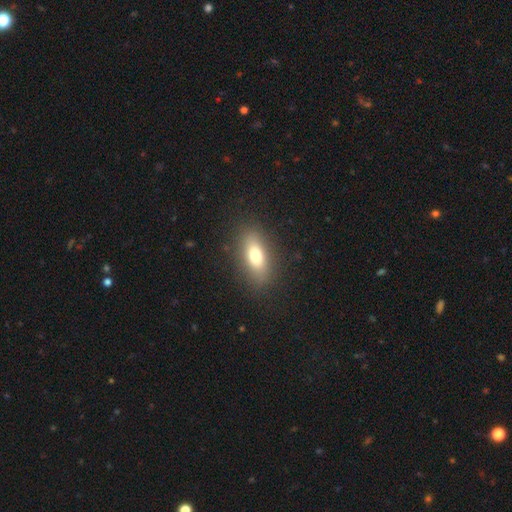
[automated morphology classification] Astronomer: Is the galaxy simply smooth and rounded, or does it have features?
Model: smooth — 74%.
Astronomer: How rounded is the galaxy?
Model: in between — 73%.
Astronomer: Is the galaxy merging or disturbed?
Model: none — 86%.